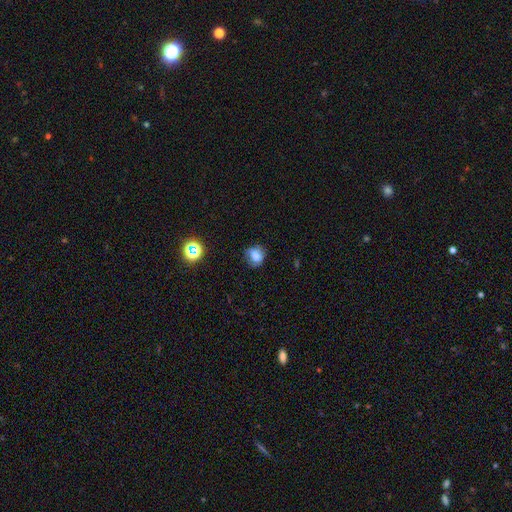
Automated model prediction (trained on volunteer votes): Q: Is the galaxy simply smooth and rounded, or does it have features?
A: smooth — 69%.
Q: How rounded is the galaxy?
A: round — 59%.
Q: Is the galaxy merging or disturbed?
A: none — 71%.